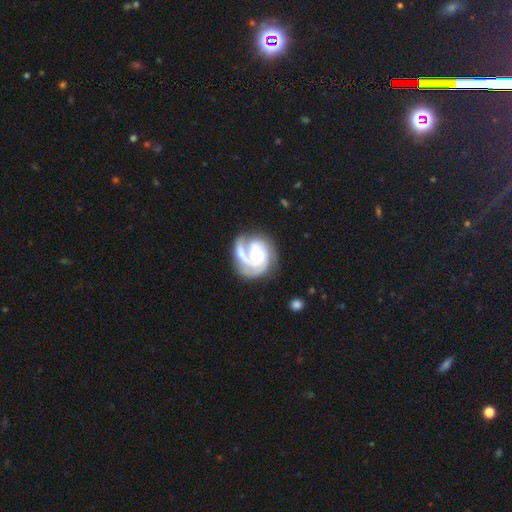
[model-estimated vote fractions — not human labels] Overall: featured or disk (84%). Edge-on disk: no (98%). Bar: no (67%). Spiral arms: yes (95%). Spiral arm count: 3 (29%; 2 28%). Spiral winding: tight (58%; medium 32%). Bulge size: moderate (58%; small 28%). Merging: none (49%; merger 18%).